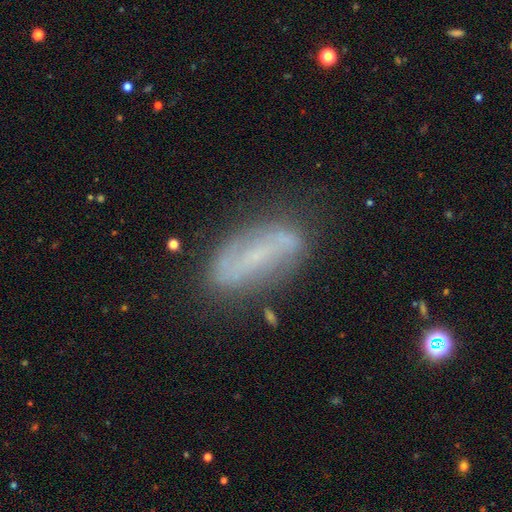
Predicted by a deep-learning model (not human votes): A featured or disk galaxy (63%) with a strong bar (38%), spiral arms (68%) and a small central bulge (62%). Merging: none (74%).